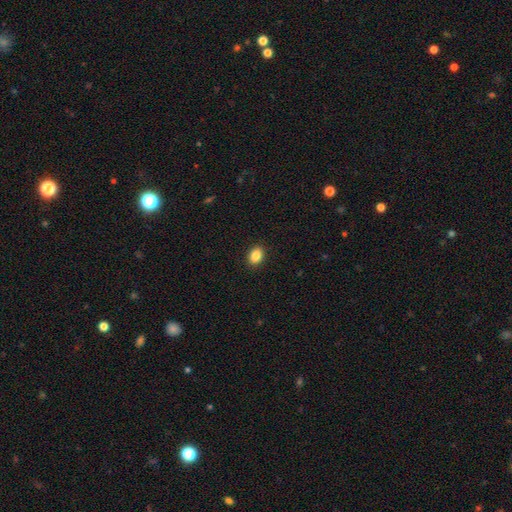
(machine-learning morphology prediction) smooth_or_featured: smooth (p=0.87) [alt: star or artifact p=0.09]
how_rounded: in between (p=0.71) [alt: round p=0.28]
merging: none (p=0.91) [alt: minor disturbance p=0.06]